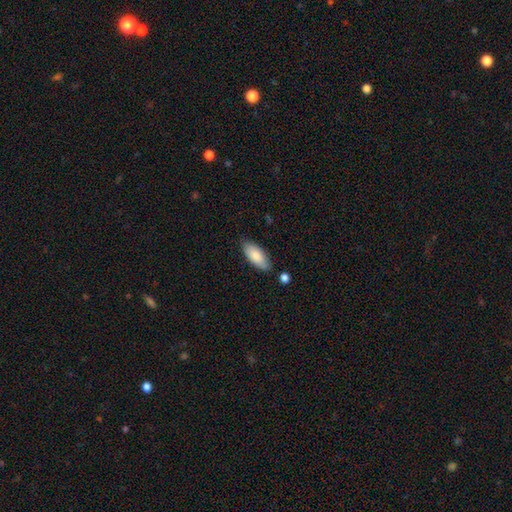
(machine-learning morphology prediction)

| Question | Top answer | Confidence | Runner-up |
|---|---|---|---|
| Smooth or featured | smooth | 83% | featured or disk (11%) |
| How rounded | in between | 85% | cigar-shaped (13%) |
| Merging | none | 79% | minor disturbance (15%) |